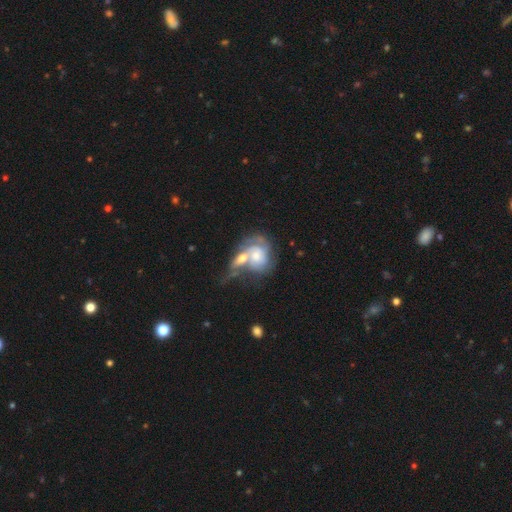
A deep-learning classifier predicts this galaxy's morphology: A featured or disk galaxy (66%) with no bar (74%), tight (49%) spiral arms (79%) and a moderate central bulge (48%).

Vote fractions:
- Smooth or featured? featured or disk: 66% / smooth: 28% / star or artifact: 6%
- Edge-on disk? no: 96% / yes: 4%
- Bar? no: 74% / weak: 21% / strong: 4%
- Spiral arms? yes: 79% / no: 21%
- Spiral winding? tight: 49% / medium: 35% / loose: 17%
- Spiral arm count? can't tell: 40% / 2: 33% / 3: 11% / 1: 10% / 4: 4% / more than 4: 3%
- Bulge size? moderate: 48% / small: 29% / large: 15% / none: 6% / dominant: 2%
- Merging? merger: 61% / none: 16% / major disturbance: 12% / minor disturbance: 10%